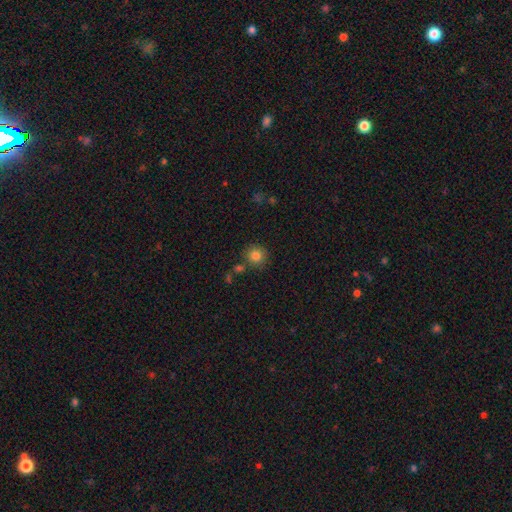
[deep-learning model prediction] The model was most divided on "smooth or featured": smooth: 82%, star or artifact: 12%, featured or disk: 6%. More confident: how rounded — round (92%); merging — none (80%).